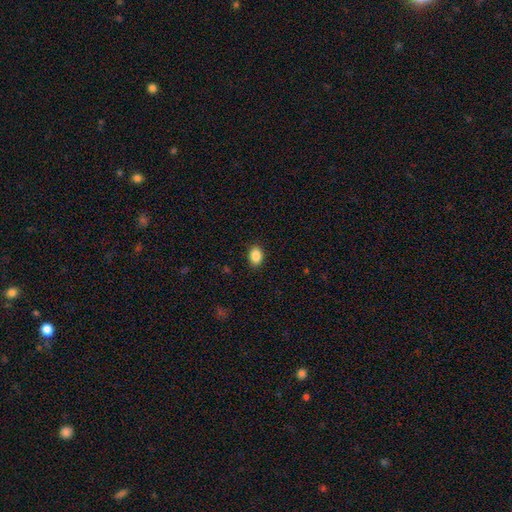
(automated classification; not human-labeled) smooth-or-featured: smooth: 88% | star or artifact: 8% | featured or disk: 3%
  how-rounded: in between: 80% | round: 19% | cigar-shaped: 1%
  merging: none: 89% | minor disturbance: 8% | major disturbance: 2% | merger: 1%